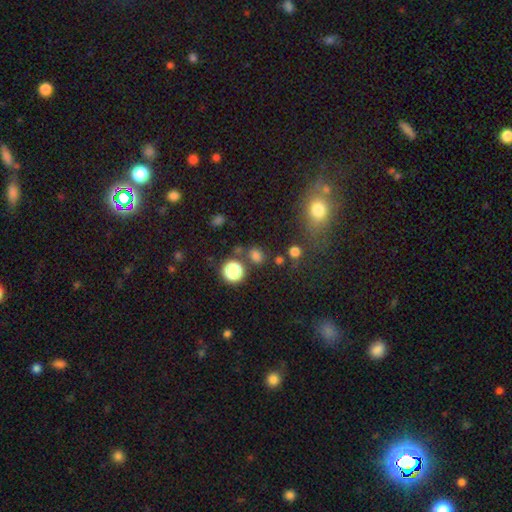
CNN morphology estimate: smooth_or_featured: smooth (p=0.72) [alt: star or artifact p=0.22]
how_rounded: round (p=0.59) [alt: in between p=0.40]
merging: none (p=0.76) [alt: minor disturbance p=0.11]